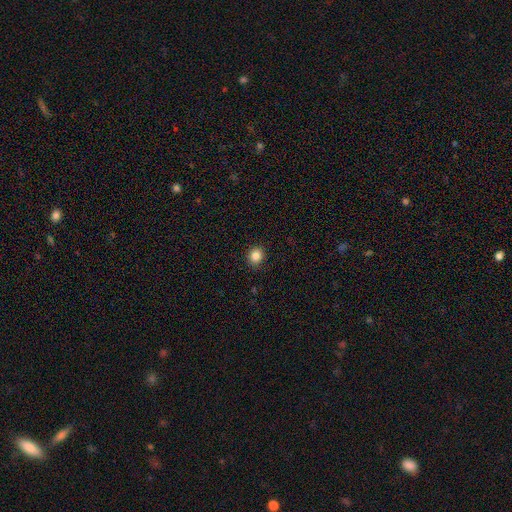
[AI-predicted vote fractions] A smooth galaxy with no disk features (85%) that is round (82%). Merging: none (90%).